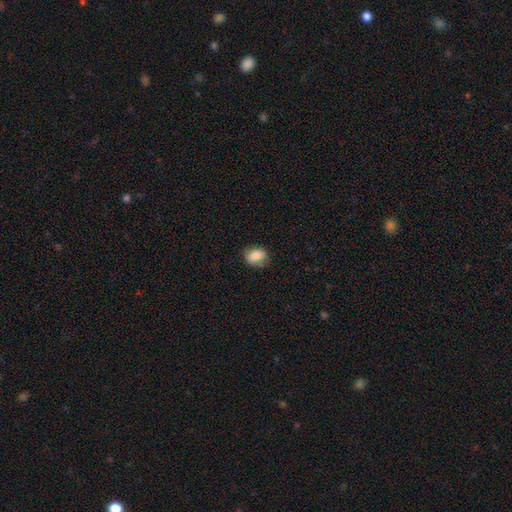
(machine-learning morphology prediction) Smooth or featured?
  - smooth: 81% *
  - featured or disk: 11%
  - star or artifact: 8%
How rounded?
  - in between: 70% *
  - round: 28%
  - cigar-shaped: 2%
Merging?
  - none: 72% *
  - minor disturbance: 21%
  - major disturbance: 5%
  - merger: 1%